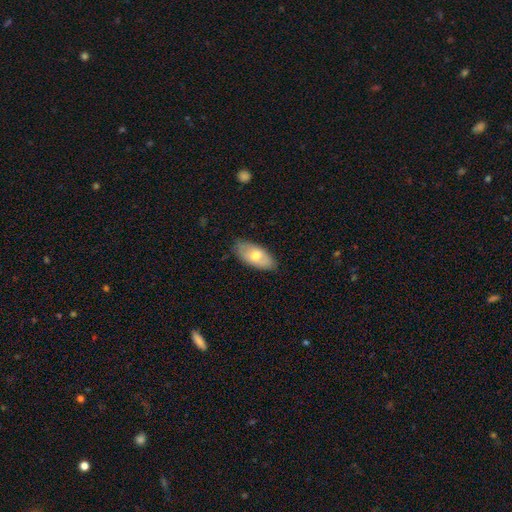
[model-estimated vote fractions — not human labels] Overall: smooth (65%; featured or disk 29%). How rounded: in between (91%). Merging: none (81%).